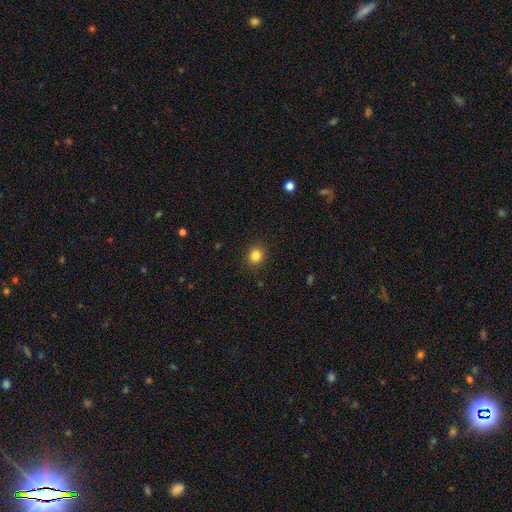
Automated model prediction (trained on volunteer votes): Morphology: type=smooth (84%); roundness=round (81%); merging=none (90%).